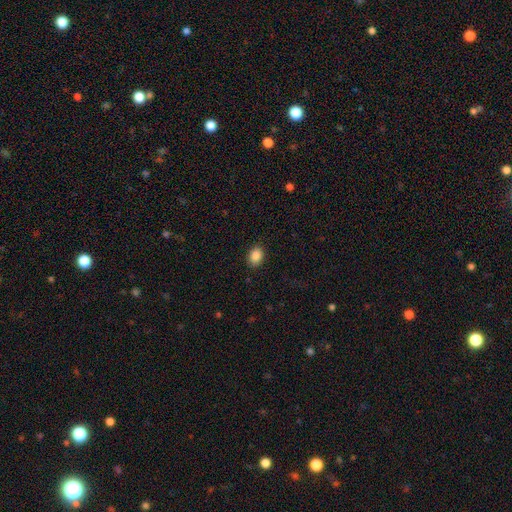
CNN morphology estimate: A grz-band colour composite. It shows a smooth galaxy with no disk features (87%) that is in between round and cigar-shaped (72%). Merging: none (87%).